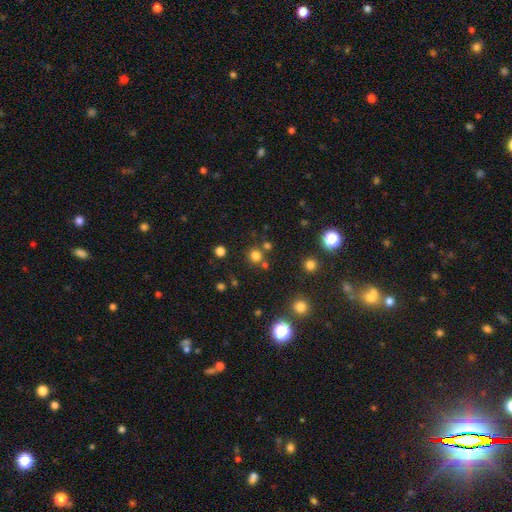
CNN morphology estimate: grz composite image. It shows a smooth galaxy with no disk features (74%) that is round (93%). Merging: none (78%).